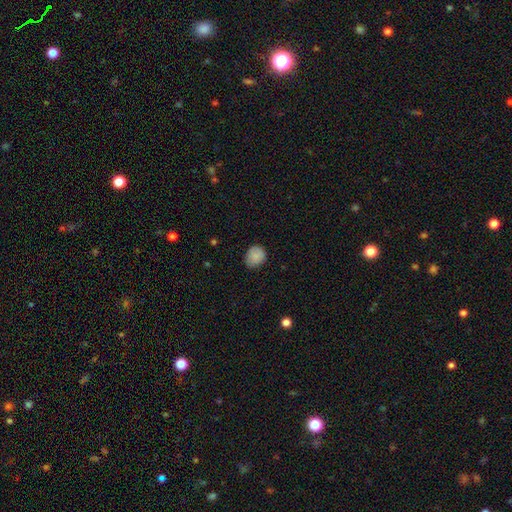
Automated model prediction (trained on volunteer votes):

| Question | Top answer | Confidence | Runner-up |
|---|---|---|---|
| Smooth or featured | smooth | 86% | star or artifact (8%) |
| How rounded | round | 64% | in between (35%) |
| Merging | none | 77% | minor disturbance (18%) |